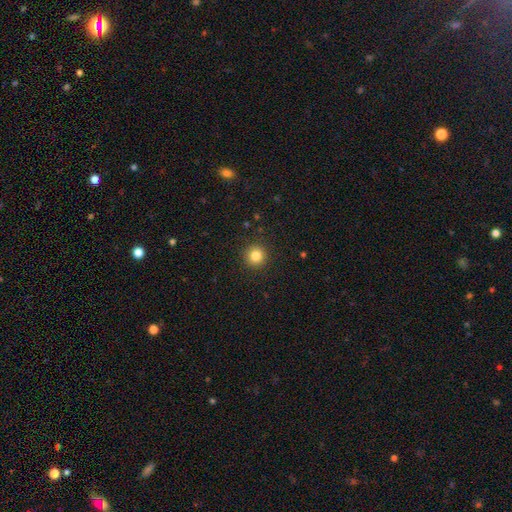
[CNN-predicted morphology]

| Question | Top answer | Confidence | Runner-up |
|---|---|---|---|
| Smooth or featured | smooth | 83% | star or artifact (12%) |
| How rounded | round | 95% | in between (4%) |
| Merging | none | 92% | minor disturbance (5%) |